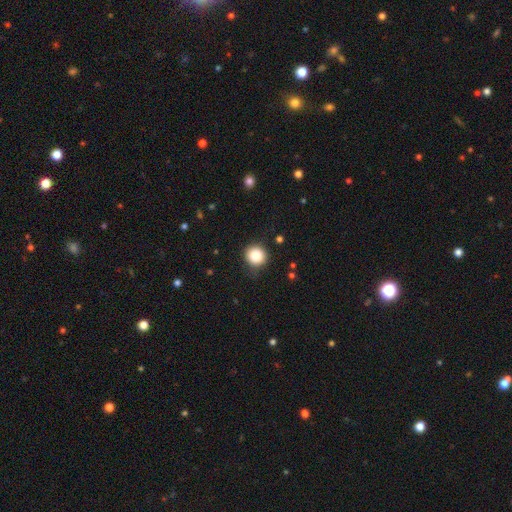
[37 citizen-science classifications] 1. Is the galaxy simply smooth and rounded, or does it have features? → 95% smooth, 5% star or artifact, 0% featured or disk.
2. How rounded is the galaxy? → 100% round, 0% in between, 0% cigar-shaped.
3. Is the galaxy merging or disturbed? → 80% none, 11% minor disturbance, 9% major disturbance, 0% merger.